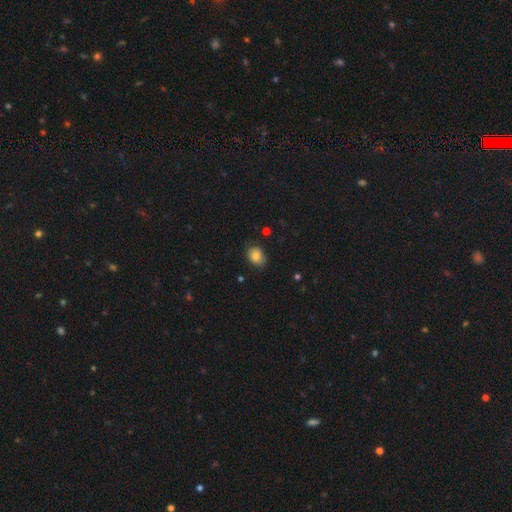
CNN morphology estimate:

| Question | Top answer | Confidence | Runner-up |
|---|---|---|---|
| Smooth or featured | smooth | 81% | featured or disk (10%) |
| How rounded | in between | 57% | round (42%) |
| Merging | none | 75% | minor disturbance (20%) |